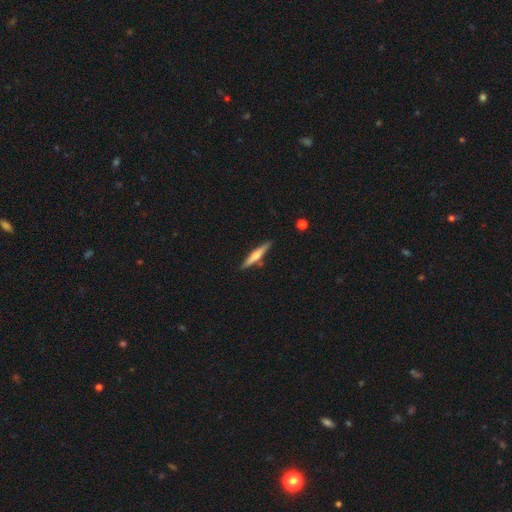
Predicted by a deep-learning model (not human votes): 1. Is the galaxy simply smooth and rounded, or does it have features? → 48% featured or disk, 46% smooth, 6% star or artifact.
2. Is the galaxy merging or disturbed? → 85% none, 10% minor disturbance, 4% merger, 2% major disturbance.